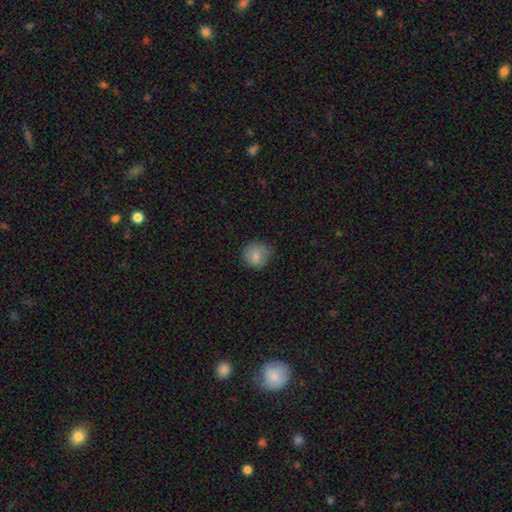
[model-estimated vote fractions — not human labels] Smooth or featured? smooth (81%)
How rounded? round (84%)
Merging? none (75%)